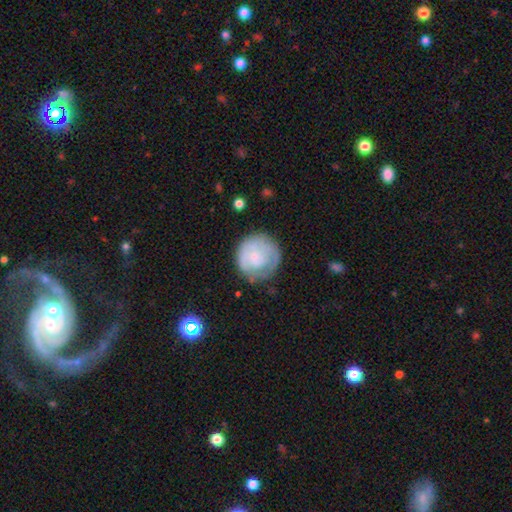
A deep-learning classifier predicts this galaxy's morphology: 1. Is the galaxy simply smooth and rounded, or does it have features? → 48% smooth, 46% featured or disk, 6% star or artifact.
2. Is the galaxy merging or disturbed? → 65% none, 22% minor disturbance, 10% major disturbance, 2% merger.